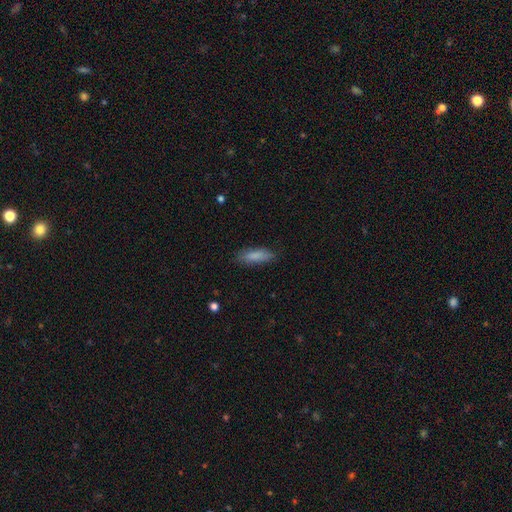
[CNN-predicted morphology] Q: Smooth or featured?
A: smooth (85%); runner-up: featured or disk (9%)
Q: How rounded?
A: in between (54%); runner-up: cigar-shaped (44%)
Q: Merging?
A: none (81%); runner-up: minor disturbance (14%)